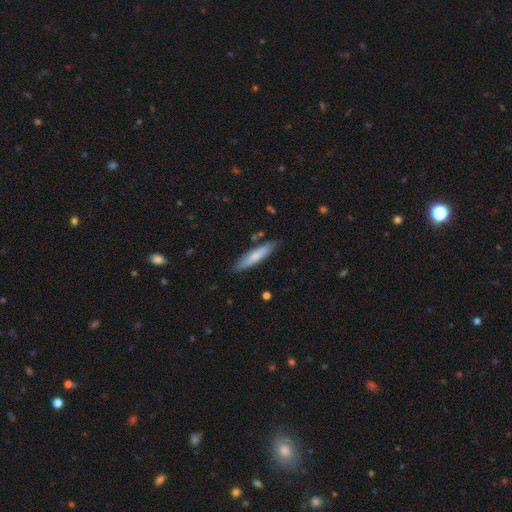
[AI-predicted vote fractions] Morphology: type=smooth (71%); roundness=cigar-shaped (87%); merging=none (84%).